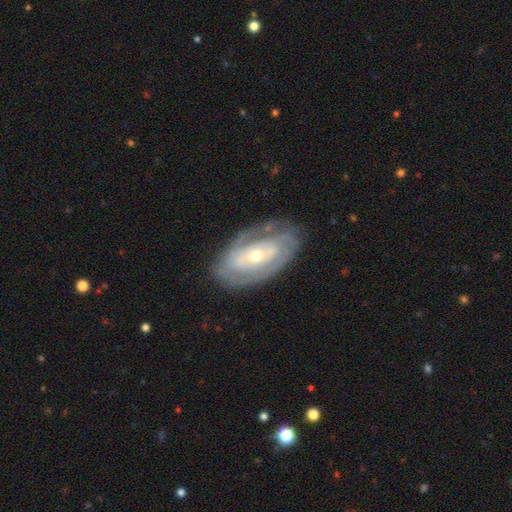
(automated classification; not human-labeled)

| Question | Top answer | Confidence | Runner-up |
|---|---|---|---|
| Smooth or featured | featured or disk | 79% | smooth (15%) |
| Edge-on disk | no | 93% | yes (7%) |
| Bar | no | 59% | weak (26%) |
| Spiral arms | yes | 78% | no (22%) |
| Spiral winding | tight | 66% | medium (26%) |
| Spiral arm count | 2 | 44% | can't tell (36%) |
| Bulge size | small | 49% | moderate (47%) |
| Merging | none | 74% | minor disturbance (17%) |